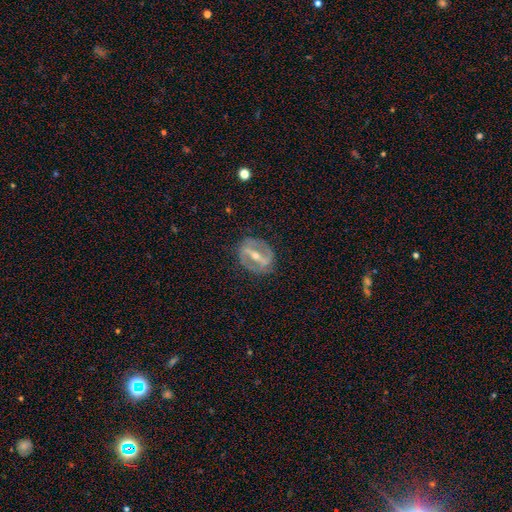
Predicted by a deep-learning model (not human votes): Morphology: type=featured or disk (80%); edge-on=no (89%); bar=strong (78%); spiral arms=yes (52%); bulge=moderate (55%); merging=none (81%).